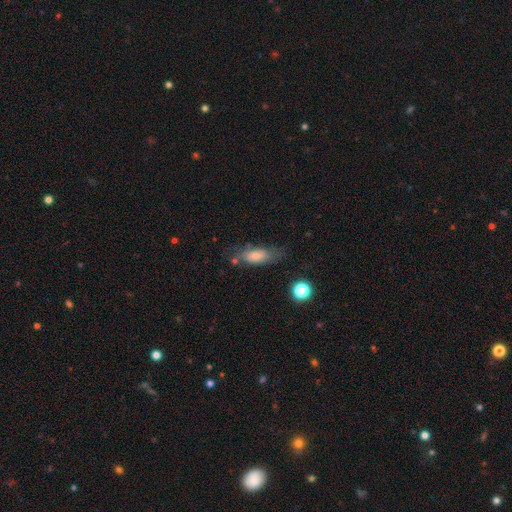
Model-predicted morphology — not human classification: A smooth galaxy with no disk features (69%) that is in between round and cigar-shaped (69%).

Vote fractions:
- Smooth or featured? smooth: 69% / featured or disk: 22% / star or artifact: 9%
- How rounded? in between: 69% / cigar-shaped: 28% / round: 3%
- Merging? none: 60% / minor disturbance: 24% / major disturbance: 10% / merger: 6%